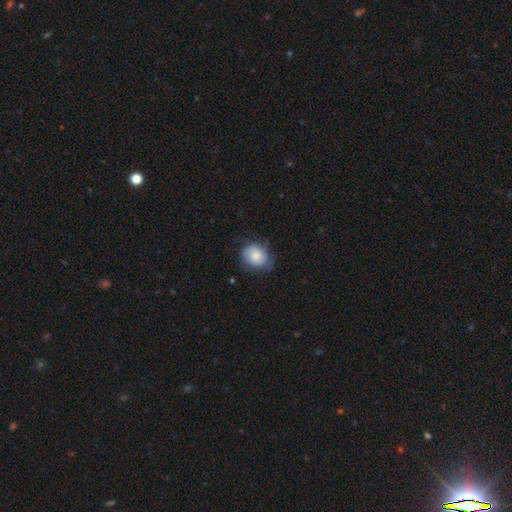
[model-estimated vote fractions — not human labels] smooth-or-featured: smooth: 72% | featured or disk: 21% | star or artifact: 7%
  how-rounded: round: 58% | in between: 41% | cigar-shaped: 1%
  merging: none: 62% | minor disturbance: 28% | major disturbance: 9% | merger: 1%